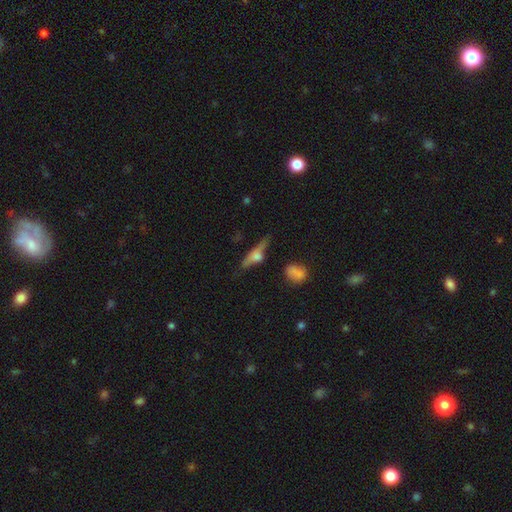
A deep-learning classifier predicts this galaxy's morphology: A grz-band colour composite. It shows a featured or disk galaxy (59%) viewed edge-on (92%) with a rounded central bulge (88%). Merging: none (65%).